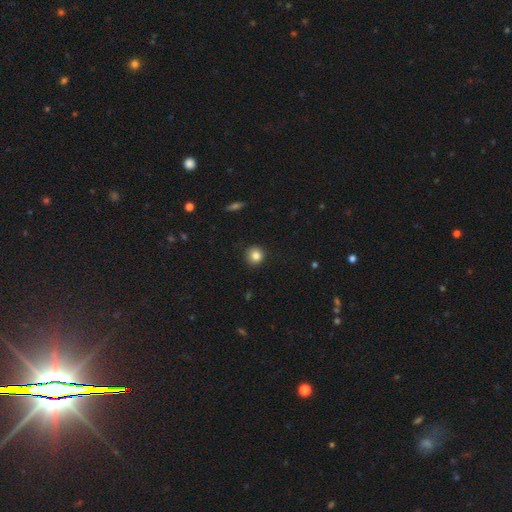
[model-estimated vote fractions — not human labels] Morphology: type=smooth (84%); roundness=round (92%); merging=none (90%).